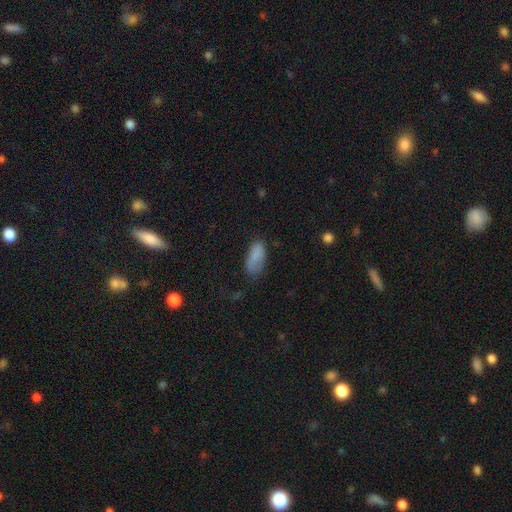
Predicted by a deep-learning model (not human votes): smooth-or-featured: smooth: 82% | featured or disk: 9% | star or artifact: 8%
  how-rounded: in between: 86% | cigar-shaped: 12% | round: 3%
  merging: none: 54% | minor disturbance: 31% | major disturbance: 12% | merger: 3%